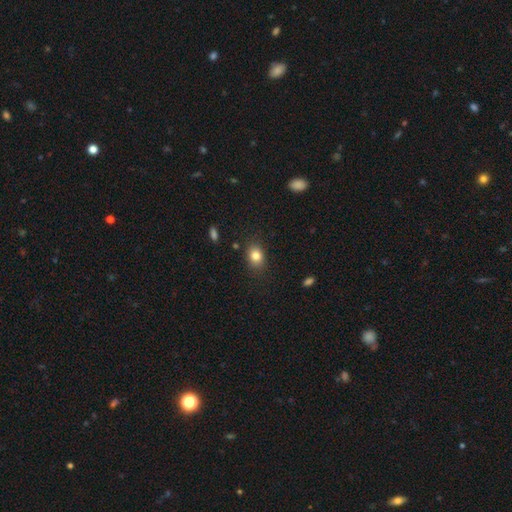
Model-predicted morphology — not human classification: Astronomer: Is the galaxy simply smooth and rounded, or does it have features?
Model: smooth — 82%.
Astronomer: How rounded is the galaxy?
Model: in between — 61% (runner-up: round, 38%).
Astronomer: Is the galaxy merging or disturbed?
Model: none — 82%.